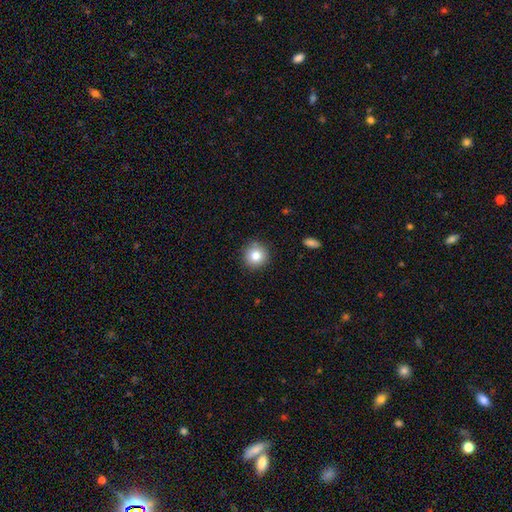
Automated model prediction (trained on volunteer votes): Q: Smooth or featured?
A: smooth (82%); runner-up: star or artifact (10%)
Q: How rounded?
A: round (94%); runner-up: in between (5%)
Q: Merging?
A: none (88%); runner-up: minor disturbance (8%)